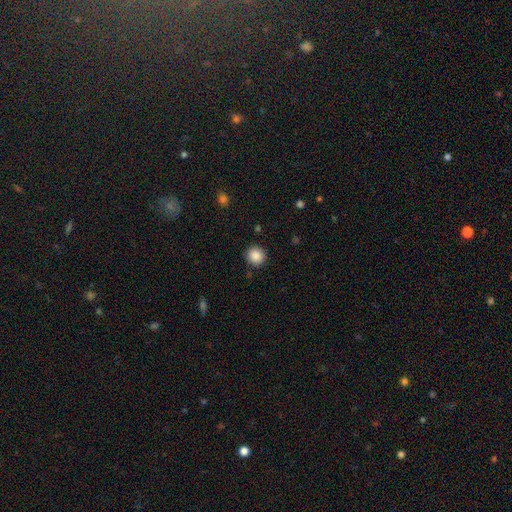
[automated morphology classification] A smooth galaxy with no disk features (88%) that is round (91%). Merging: none (90%).